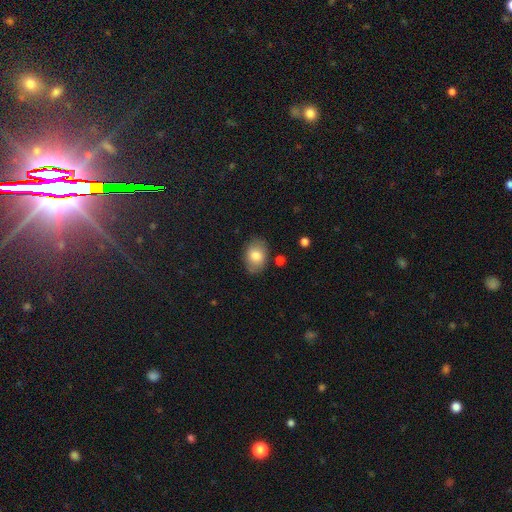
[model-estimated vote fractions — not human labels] Q: Smooth or featured?
A: smooth (79%); runner-up: featured or disk (13%)
Q: How rounded?
A: in between (78%); runner-up: round (21%)
Q: Merging?
A: none (80%); runner-up: minor disturbance (14%)